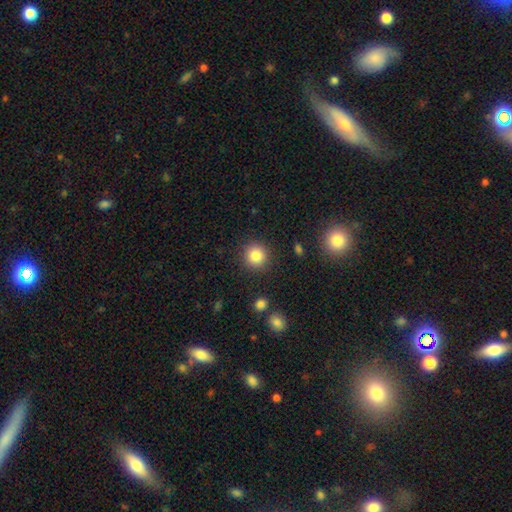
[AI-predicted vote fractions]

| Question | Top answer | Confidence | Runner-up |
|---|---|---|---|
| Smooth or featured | smooth | 84% | star or artifact (10%) |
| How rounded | round | 91% | in between (8%) |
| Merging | none | 89% | minor disturbance (7%) |